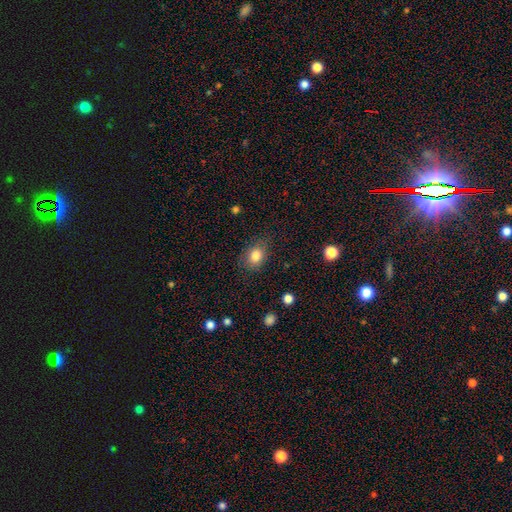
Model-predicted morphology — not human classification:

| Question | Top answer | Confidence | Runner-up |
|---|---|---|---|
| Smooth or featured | smooth | 83% | star or artifact (9%) |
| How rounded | in between | 58% | round (41%) |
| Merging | none | 77% | minor disturbance (17%) |